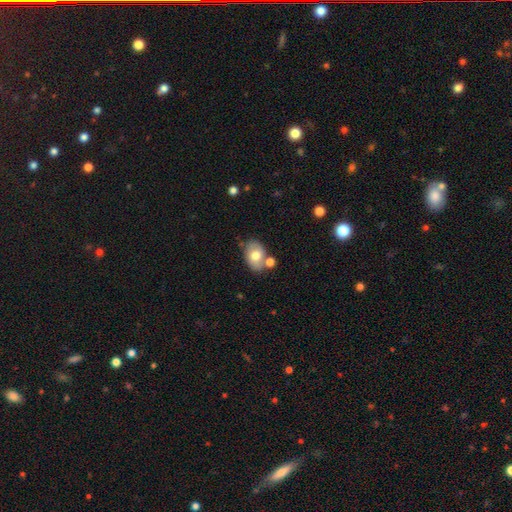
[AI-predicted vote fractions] smooth-or-featured: smooth: 69% | featured or disk: 24% | star or artifact: 7%
  how-rounded: in between: 81% | round: 17% | cigar-shaped: 1%
  merging: none: 58% | merger: 22% | minor disturbance: 16% | major disturbance: 4%